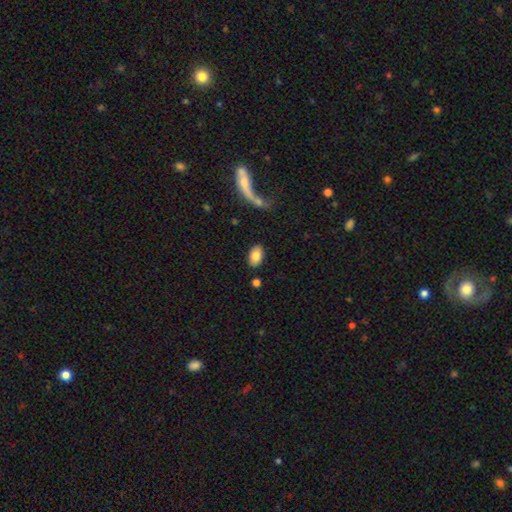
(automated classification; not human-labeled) The model was most divided on "smooth or featured": smooth: 81%, featured or disk: 12%, star or artifact: 7%. More confident: how rounded — in between (92%); merging — none (84%).